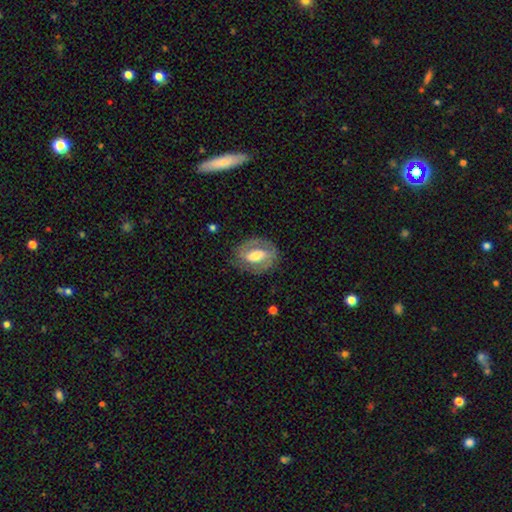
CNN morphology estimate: A featured or disk galaxy (63%) with a weak bar (37%, tied with strong), spiral arms (65%) and a moderate central bulge (54%).

Vote fractions:
- Smooth or featured? featured or disk: 63% / smooth: 31% / star or artifact: 6%
- Edge-on disk? no: 94% / yes: 6%
- Bar? weak: 37% (tied) / strong: 37% (tied) / no: 26%
- Spiral arms? yes: 65% / no: 35%
- Bulge size? moderate: 54% / large: 22% / small: 19% / none: 2% / dominant: 2%
- Merging? none: 72% / minor disturbance: 17% / major disturbance: 9% / merger: 1%